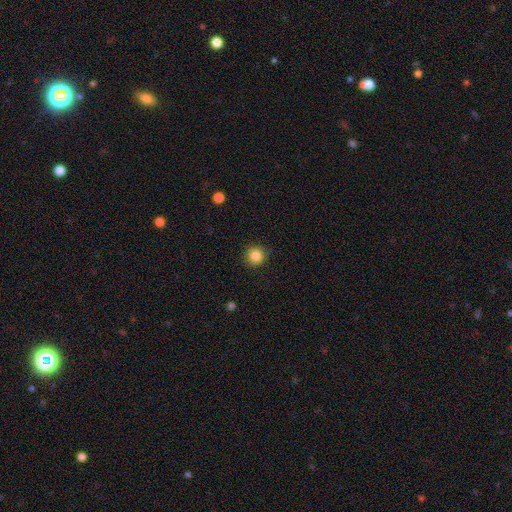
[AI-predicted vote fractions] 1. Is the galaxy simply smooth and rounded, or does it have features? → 85% smooth, 11% star or artifact, 4% featured or disk.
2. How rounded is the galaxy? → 93% round, 6% in between, 1% cigar-shaped.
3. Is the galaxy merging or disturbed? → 89% none, 8% minor disturbance, 2% major disturbance, 1% merger.